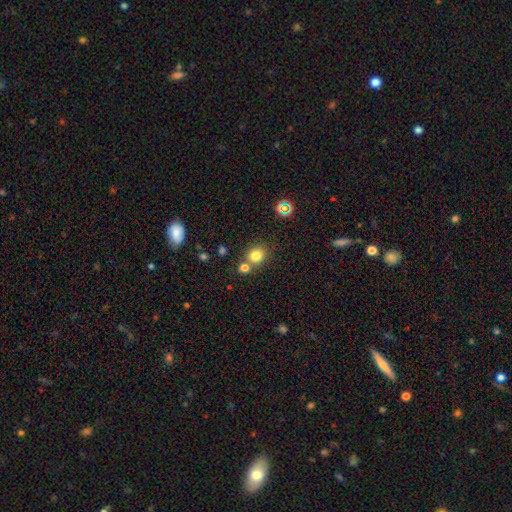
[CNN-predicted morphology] smooth_or_featured: smooth (p=0.78) [alt: star or artifact p=0.15]
how_rounded: round (p=0.79) [alt: in between p=0.20]
merging: none (p=0.65) [alt: merger p=0.23]